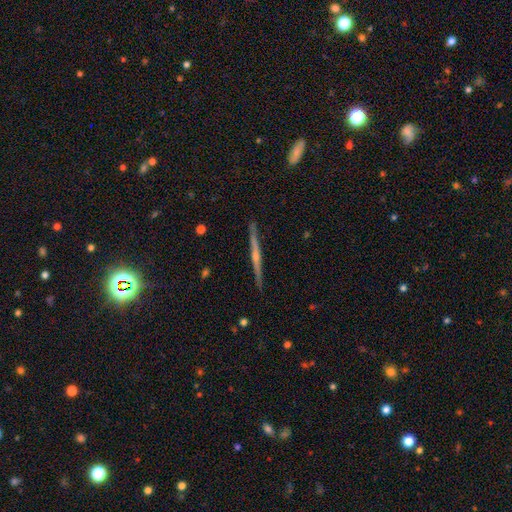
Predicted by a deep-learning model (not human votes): Smooth or featured? featured or disk (76%)
Edge-on disk? yes (98%)
Edge-on bulge? rounded (61%)
Merging? none (91%)